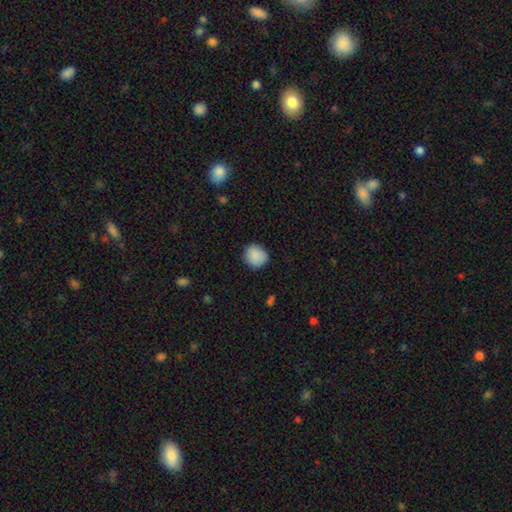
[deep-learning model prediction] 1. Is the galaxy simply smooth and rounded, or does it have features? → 88% smooth, 7% star or artifact, 5% featured or disk.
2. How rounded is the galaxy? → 88% round, 11% in between, 1% cigar-shaped.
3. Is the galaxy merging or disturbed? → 84% none, 12% minor disturbance, 2% major disturbance, 1% merger.